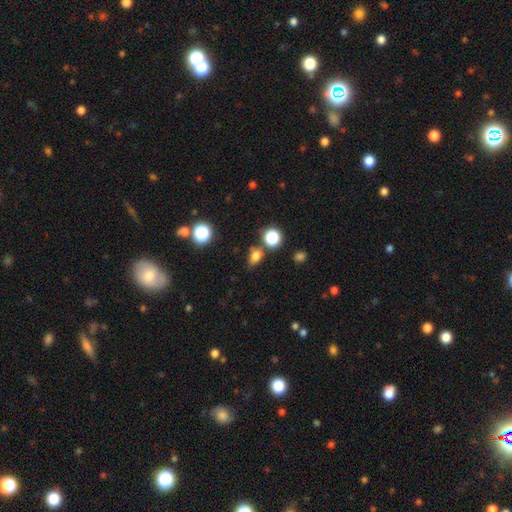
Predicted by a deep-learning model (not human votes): smooth 75%, star or artifact 18%, featured or disk 7%. Down the decision tree: how rounded — in between (60%); merging — none (68%).